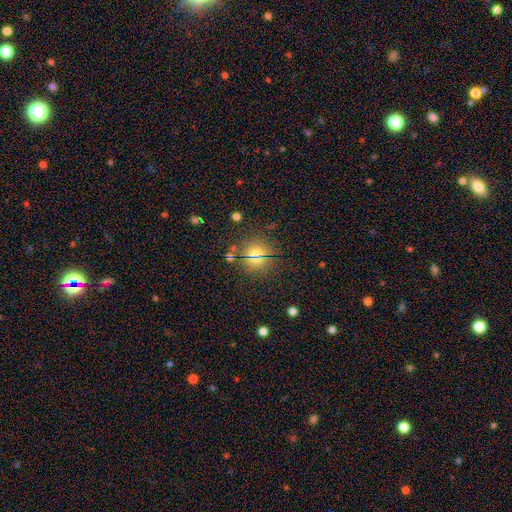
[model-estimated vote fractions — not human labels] Q: Smooth or featured?
A: smooth (59%); runner-up: star or artifact (32%)
Q: How rounded?
A: round (89%); runner-up: in between (10%)
Q: Merging?
A: none (84%); runner-up: minor disturbance (9%)